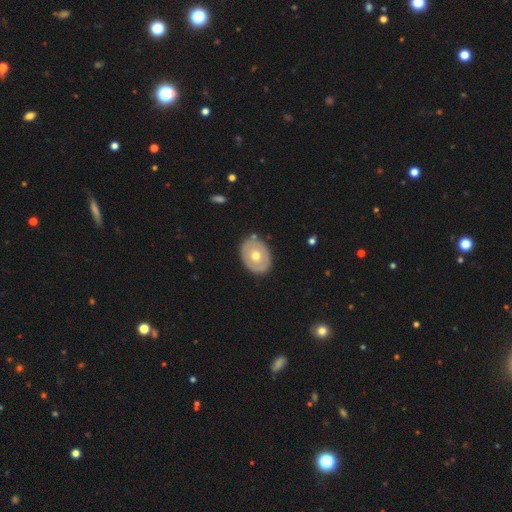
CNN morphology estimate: A smooth galaxy with no disk features (48%). Merging: none (84%).